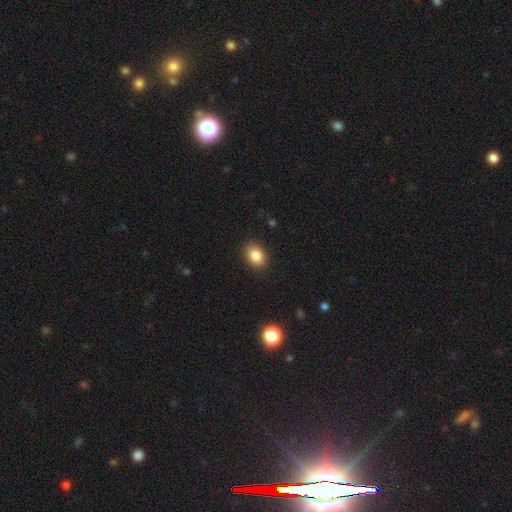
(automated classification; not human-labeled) Smooth or featured? Predicted: smooth (p=0.86). How rounded? Predicted: in between (p=0.67). Merging? Predicted: none (p=0.88).